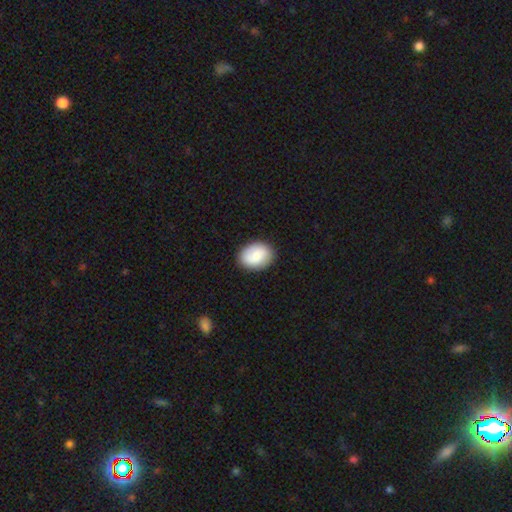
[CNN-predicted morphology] This is clearly a smooth galaxy (81%). How rounded: likely in between (69%). Merging: clearly none (86%).